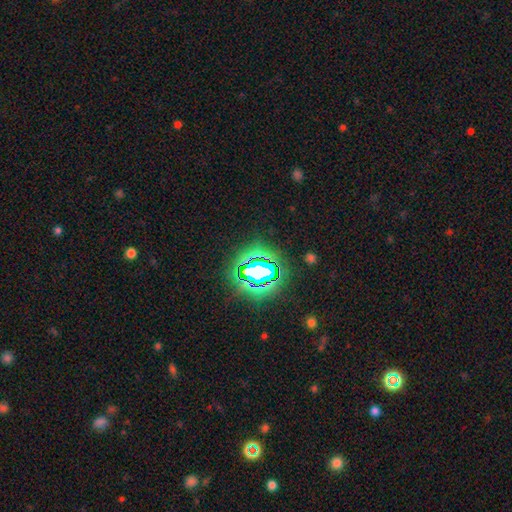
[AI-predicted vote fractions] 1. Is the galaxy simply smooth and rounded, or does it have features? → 83% star or artifact, 10% smooth, 6% featured or disk.